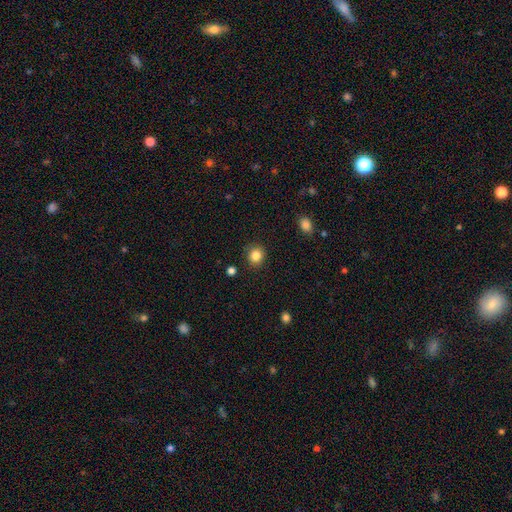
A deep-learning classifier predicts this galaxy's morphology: The model was most divided on "how rounded": round: 85%, in between: 14%, cigar-shaped: 1%. More confident: merging — none (88%); smooth or featured — smooth (84%).